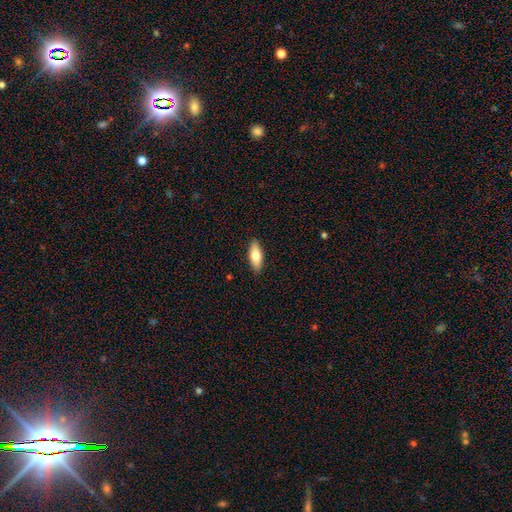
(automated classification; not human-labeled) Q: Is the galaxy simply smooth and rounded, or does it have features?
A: smooth — 74%.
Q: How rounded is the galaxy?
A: in between — 73%.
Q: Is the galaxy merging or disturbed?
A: none — 89%.